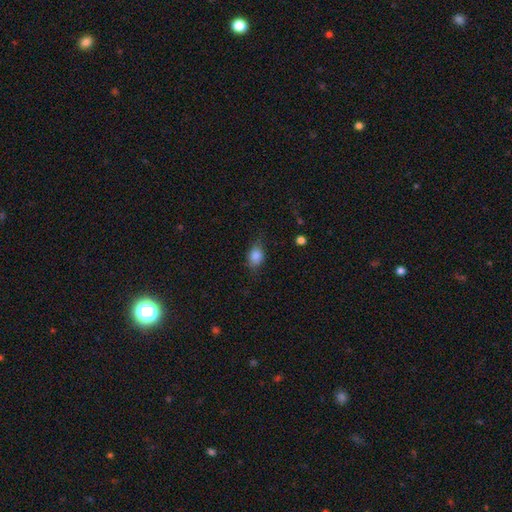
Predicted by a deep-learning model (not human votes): smooth 84%, star or artifact 9%, featured or disk 7%. Down the decision tree: how rounded — in between (73%); merging — none (68%).